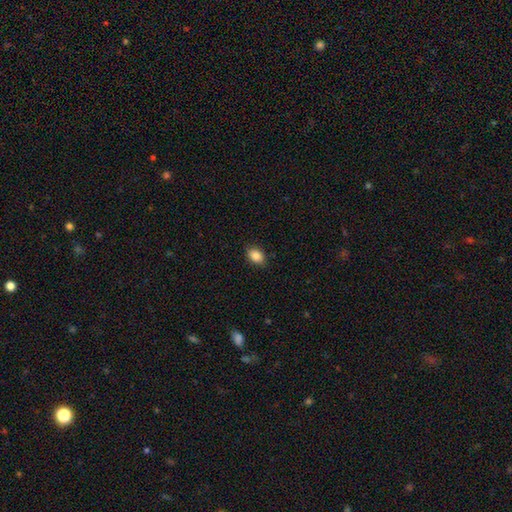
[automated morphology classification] smooth 87%, star or artifact 8%, featured or disk 4%. Down the decision tree: how rounded — in between (79%); merging — none (87%).